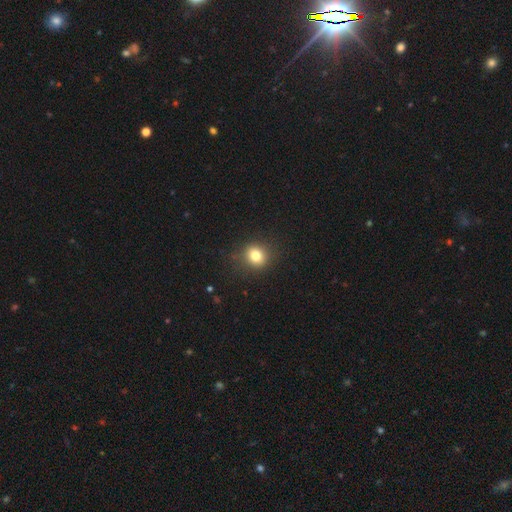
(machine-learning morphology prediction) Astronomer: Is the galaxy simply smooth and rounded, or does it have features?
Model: smooth — 80%.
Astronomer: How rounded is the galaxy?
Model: round — 80%.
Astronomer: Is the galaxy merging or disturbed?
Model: none — 87%.